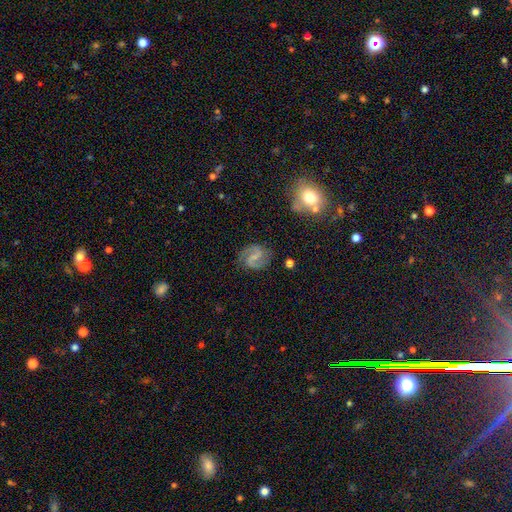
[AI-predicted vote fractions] This is clearly a featured or disk galaxy (83%). It is clearly not viewed edge-on (98%). Bar: possibly weak (51%). Spiral arm pattern: clearly yes (97%). Spiral arm count: clearly 2 (93%). Spiral winding: possibly medium (57%). Central bulge: marginally small (43%). Merging: clearly none (81%).